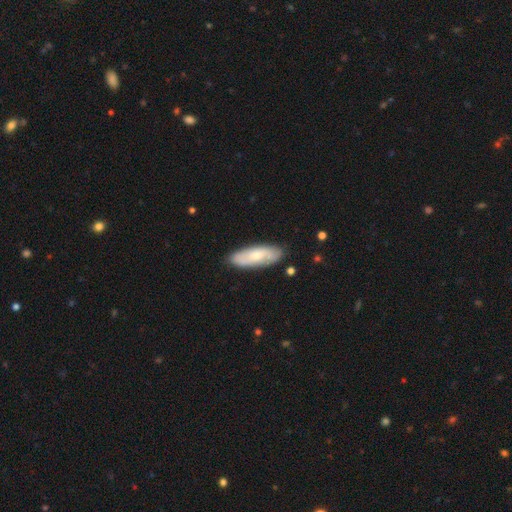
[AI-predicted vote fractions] A smooth galaxy with no disk features (55%) that is in between round and cigar-shaped (64%). Merging: none (85%).